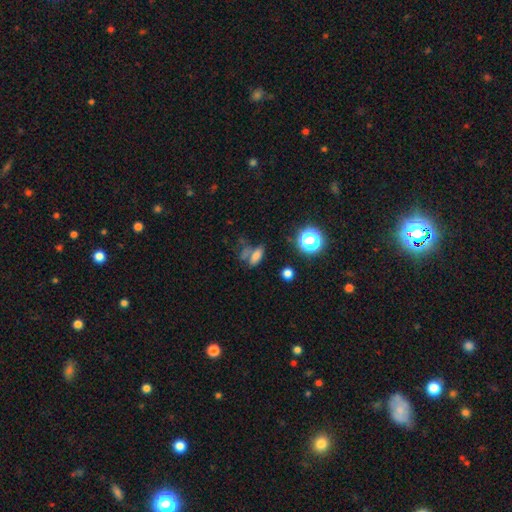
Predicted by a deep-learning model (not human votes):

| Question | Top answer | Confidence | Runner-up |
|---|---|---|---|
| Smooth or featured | smooth | 69% | star or artifact (19%) |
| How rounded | in between | 70% | cigar-shaped (17%) |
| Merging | none | 50% | minor disturbance (20%) |